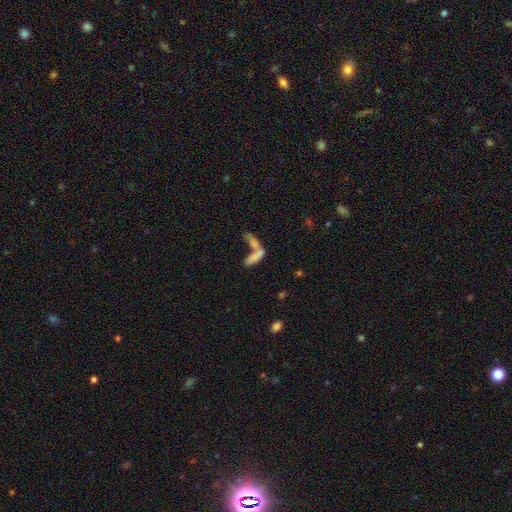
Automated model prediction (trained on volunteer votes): A smooth galaxy with no disk features (71%) that is cigar-shaped (53%).

Vote fractions:
- Smooth or featured? smooth: 71% / featured or disk: 19% / star or artifact: 10%
- How rounded? cigar-shaped: 53% / in between: 44% / round: 4%
- Merging? merger: 64% / none: 22% / minor disturbance: 7% / major disturbance: 7%